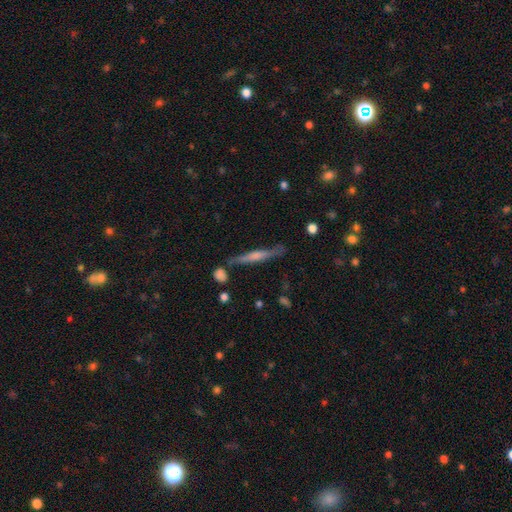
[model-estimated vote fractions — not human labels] Smooth or featured?
  - featured or disk: 64% *
  - smooth: 29%
  - star or artifact: 7%
Edge-on disk?
  - yes: 95% *
  - no: 5%
Edge-on bulge?
  - rounded: 55% *
  - none: 25%
  - boxy: 20%
Merging?
  - none: 79% *
  - minor disturbance: 13%
  - merger: 5%
  - major disturbance: 3%